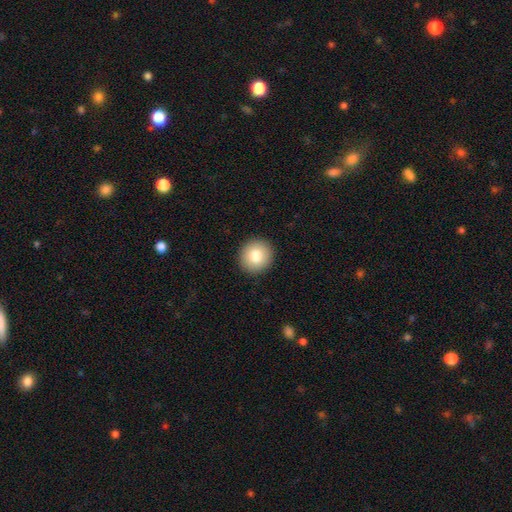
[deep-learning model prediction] This is clearly a smooth galaxy (80%). How rounded: clearly round (91%). Merging: clearly none (92%).